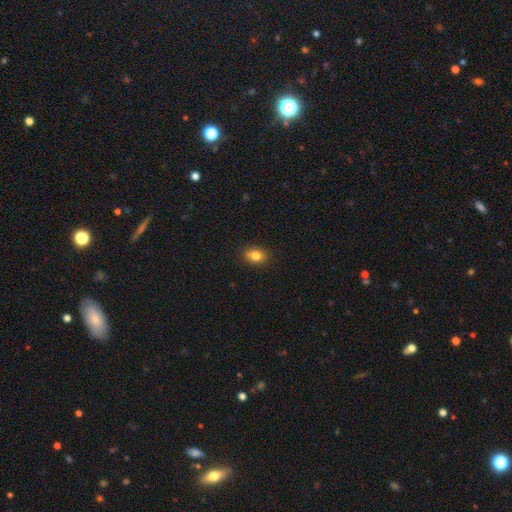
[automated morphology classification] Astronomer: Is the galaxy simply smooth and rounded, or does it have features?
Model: smooth — 81%.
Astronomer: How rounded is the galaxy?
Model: in between — 63%.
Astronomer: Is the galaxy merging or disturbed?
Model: none — 81%.